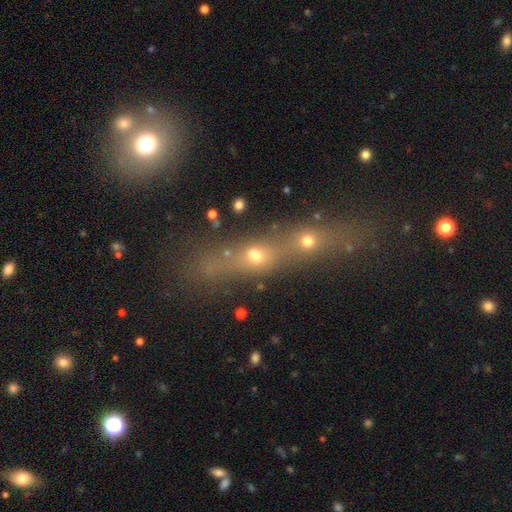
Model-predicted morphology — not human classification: The model was most divided on "smooth or featured": smooth: 41%, featured or disk: 33%, star or artifact: 27%. Remaining: merging — merger (50%).